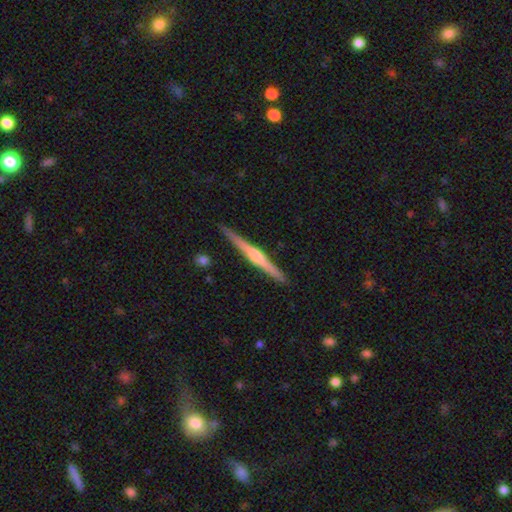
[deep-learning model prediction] This is clearly a featured or disk galaxy (80%). It is clearly viewed edge-on (99%). Edge-on bulge: likely rounded (78%). Merging: clearly none (92%).